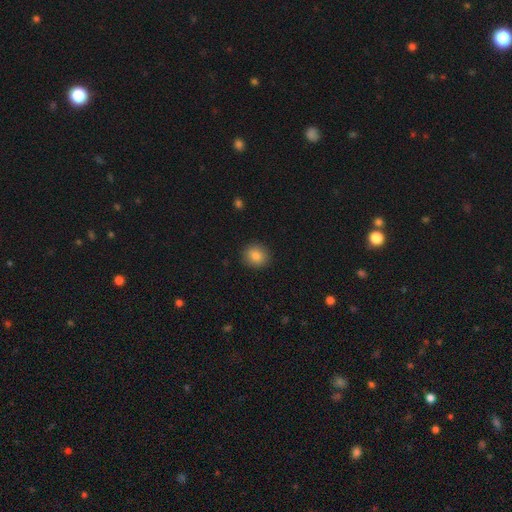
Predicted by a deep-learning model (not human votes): smooth 86%, star or artifact 9%, featured or disk 5%. Down the decision tree: how rounded — round (81%); merging — none (90%).